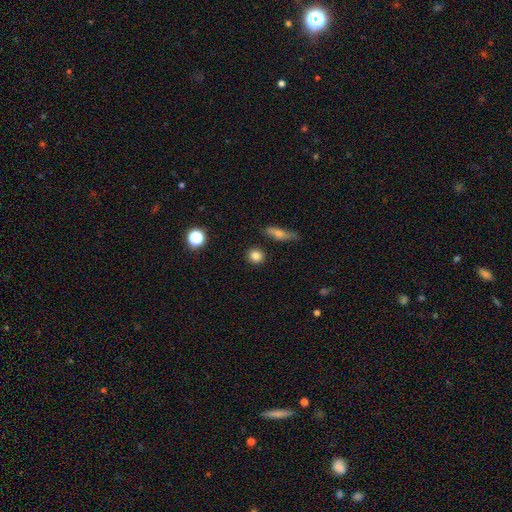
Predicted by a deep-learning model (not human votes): This is clearly a smooth galaxy (82%). How rounded: clearly round (88%). Merging: clearly none (89%).